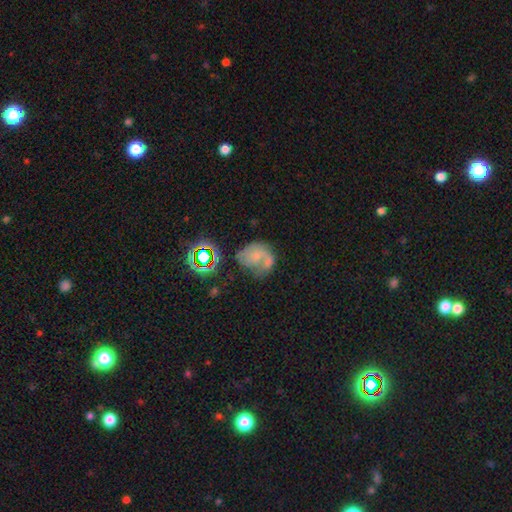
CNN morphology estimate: Smooth or featured: featured or disk — 44% (smooth — 41%)
Merging: none — 29% (merger — 27%)